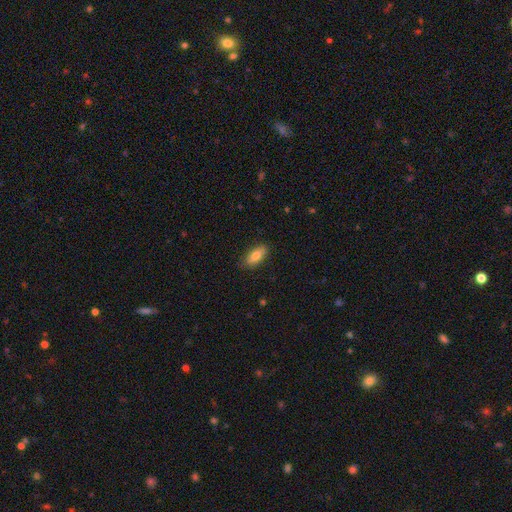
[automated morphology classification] Smooth or featured? Predicted: smooth (p=0.80). How rounded? Predicted: in between (p=0.82). Merging? Predicted: none (p=0.86).